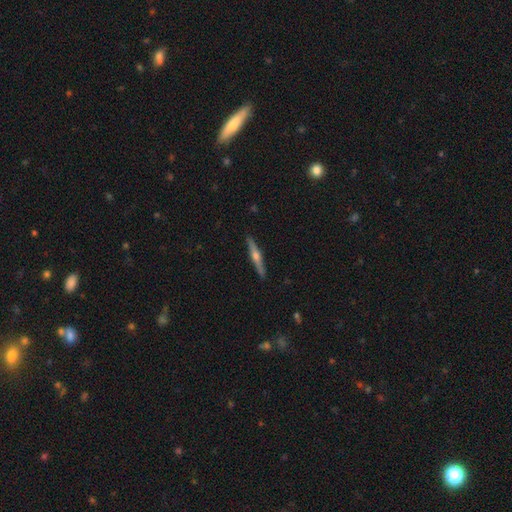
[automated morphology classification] Overall: featured or disk (70%). Edge-on disk: yes (98%). Edge-on bulge: rounded (90%). Merging: none (91%).